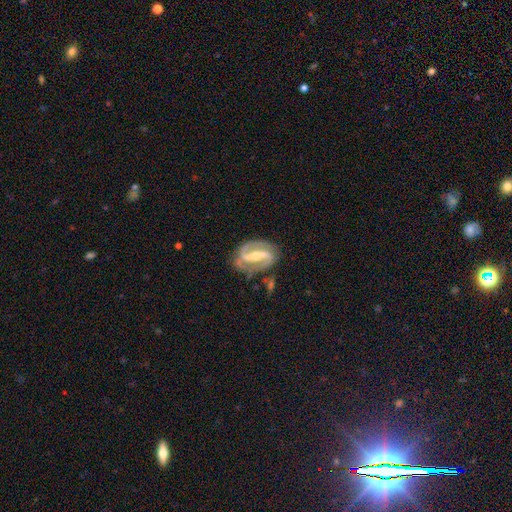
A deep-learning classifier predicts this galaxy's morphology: A featured or disk galaxy (90%) with a strong bar (70%), 2 (92%) medium (48%) spiral arms (95%) and a moderate central bulge (47%, tied with small). Merging: none (76%).